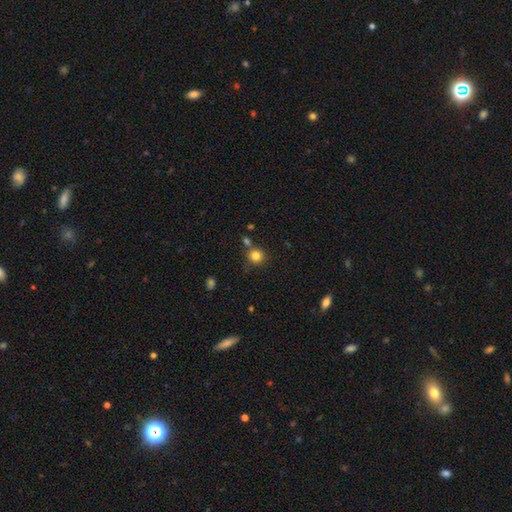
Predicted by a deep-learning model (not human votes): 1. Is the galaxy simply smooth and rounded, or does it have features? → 82% smooth, 12% star or artifact, 5% featured or disk.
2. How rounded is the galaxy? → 92% round, 7% in between, 1% cigar-shaped.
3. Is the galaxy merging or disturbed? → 74% none, 13% merger, 10% minor disturbance, 3% major disturbance.